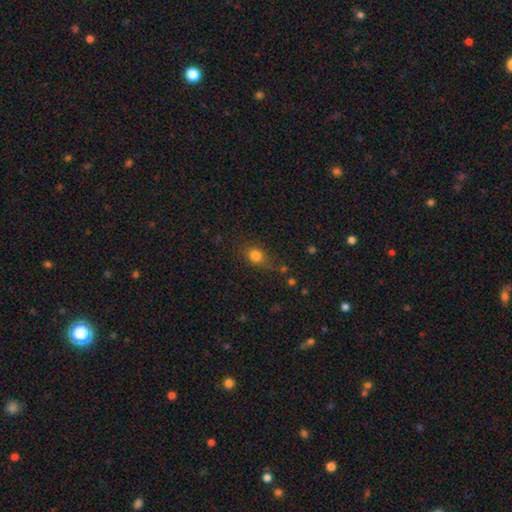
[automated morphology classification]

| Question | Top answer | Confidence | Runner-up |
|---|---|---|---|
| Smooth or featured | smooth | 79% | star or artifact (13%) |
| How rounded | round | 60% | in between (37%) |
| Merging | none | 67% | minor disturbance (21%) |